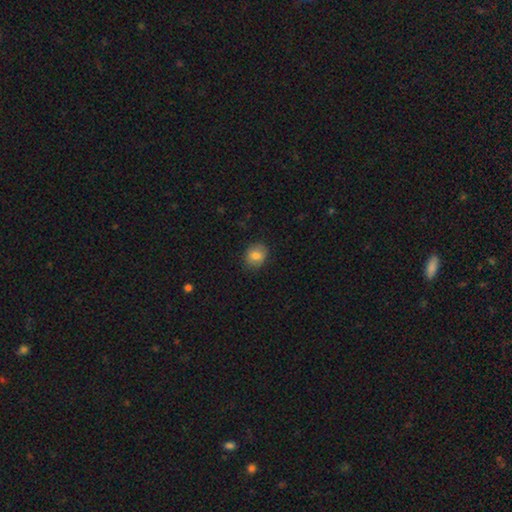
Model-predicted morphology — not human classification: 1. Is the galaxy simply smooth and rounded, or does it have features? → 82% smooth, 9% star or artifact, 9% featured or disk.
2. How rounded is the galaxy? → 59% round, 40% in between, 1% cigar-shaped.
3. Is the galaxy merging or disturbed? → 86% none, 10% minor disturbance, 2% major disturbance, 1% merger.